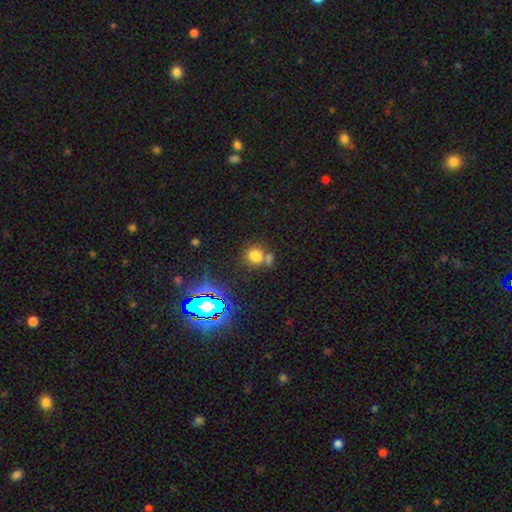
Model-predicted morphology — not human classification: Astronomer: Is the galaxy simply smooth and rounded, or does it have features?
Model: smooth — 70%.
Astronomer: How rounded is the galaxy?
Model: round — 72%.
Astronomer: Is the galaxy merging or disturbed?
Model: none — 48% (runner-up: merger, 37%).